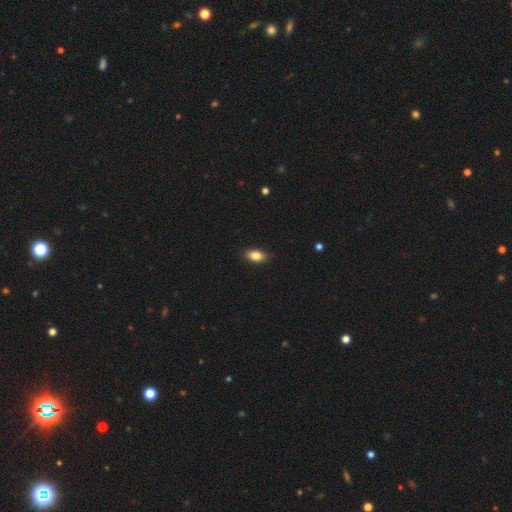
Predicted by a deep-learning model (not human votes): Smooth or featured? smooth (85%)
How rounded? in between (90%)
Merging? none (89%)